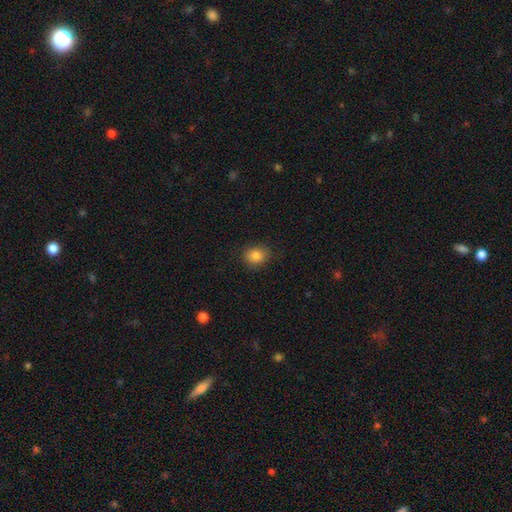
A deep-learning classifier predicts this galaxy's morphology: smooth_or_featured: smooth (p=0.85) [alt: star or artifact p=0.10]
how_rounded: round (p=0.63) [alt: in between p=0.36]
merging: none (p=0.85) [alt: minor disturbance p=0.11]